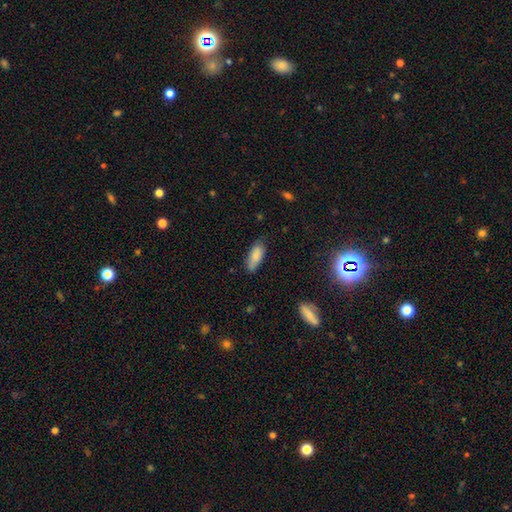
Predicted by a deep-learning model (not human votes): Smooth or featured?
  - smooth: 86% *
  - featured or disk: 7%
  - star or artifact: 7%
How rounded?
  - in between: 80% *
  - cigar-shaped: 18%
  - round: 2%
Merging?
  - none: 75% *
  - minor disturbance: 20%
  - major disturbance: 3%
  - merger: 2%